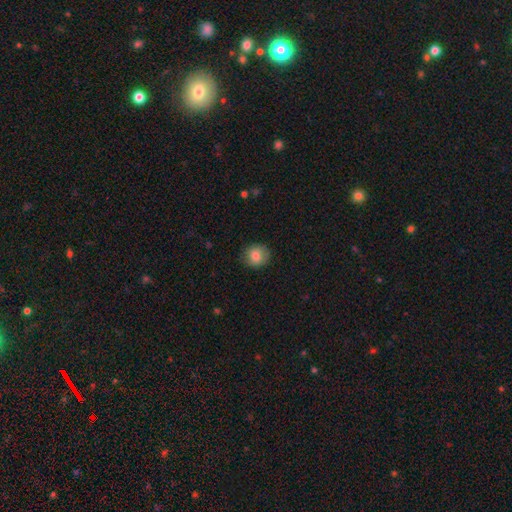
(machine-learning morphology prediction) smooth-or-featured: smooth: 80% | featured or disk: 12% | star or artifact: 8%
  how-rounded: round: 77% | in between: 22% | cigar-shaped: 1%
  merging: none: 79% | minor disturbance: 16% | major disturbance: 4% | merger: 1%